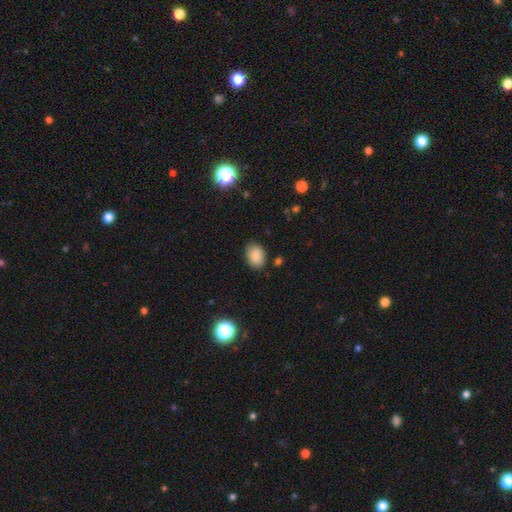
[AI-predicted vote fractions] This appears to be a smooth galaxy with no disk features (87%) that is in between round and cigar-shaped (76%). Merging: none (79%).